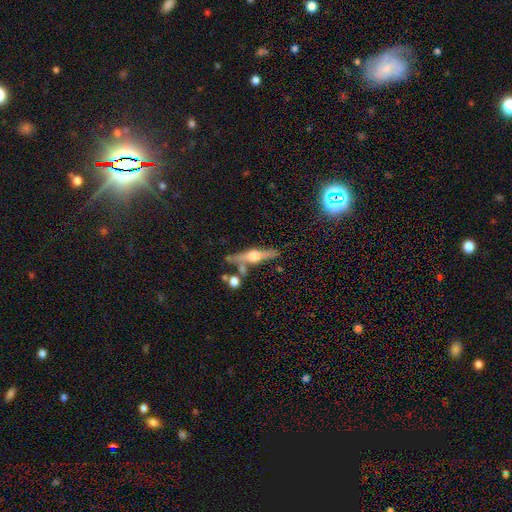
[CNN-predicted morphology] Smooth or featured? Predicted: featured or disk (p=0.72). Edge-on disk? Predicted: yes (p=0.95). Edge-on bulge? Predicted: rounded (p=0.90). Merging? Predicted: none (p=0.73).